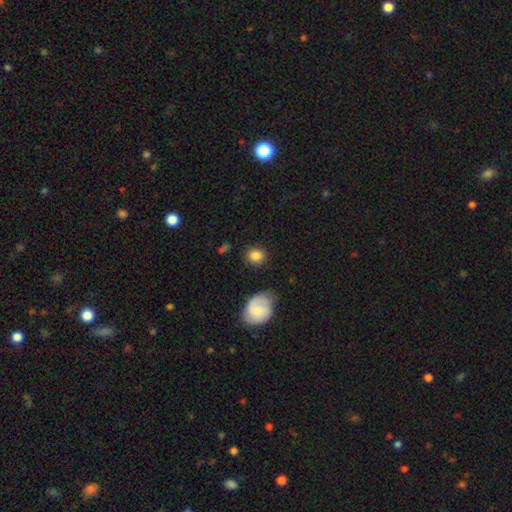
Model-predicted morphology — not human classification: smooth-or-featured: smooth: 83% | featured or disk: 10% | star or artifact: 8%
  how-rounded: round: 63% | in between: 35% | cigar-shaped: 1%
  merging: none: 80% | minor disturbance: 13% | major disturbance: 4% | merger: 3%